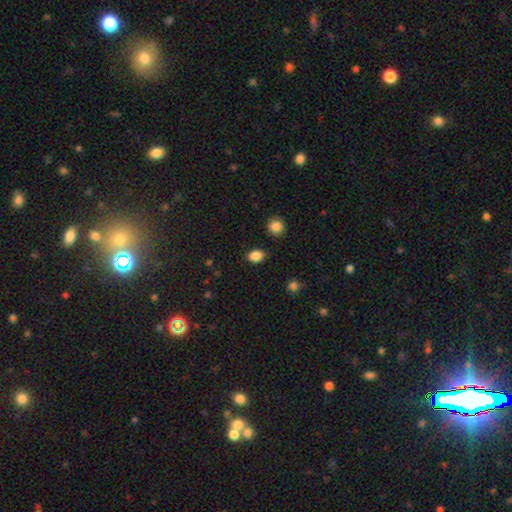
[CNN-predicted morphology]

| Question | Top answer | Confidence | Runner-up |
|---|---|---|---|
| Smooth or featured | smooth | 87% | star or artifact (10%) |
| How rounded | in between | 68% | round (31%) |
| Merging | none | 85% | minor disturbance (10%) |